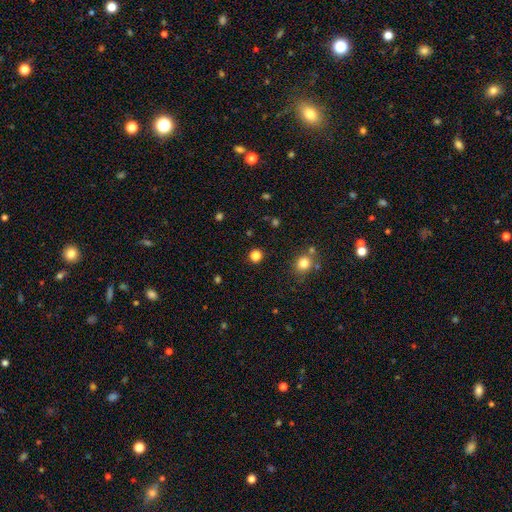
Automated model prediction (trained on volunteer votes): smooth 82%, star or artifact 14%, featured or disk 3%. Down the decision tree: how rounded — round (92%); merging — none (91%).